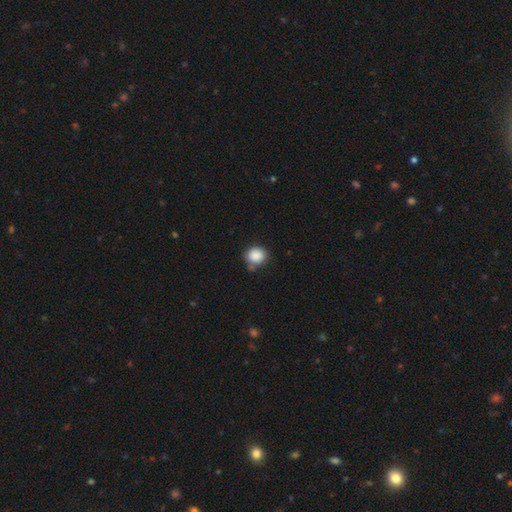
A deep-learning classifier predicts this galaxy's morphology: Q: Smooth or featured?
A: smooth (87%); runner-up: star or artifact (9%)
Q: How rounded?
A: round (78%); runner-up: in between (21%)
Q: Merging?
A: none (65%); runner-up: minor disturbance (22%)